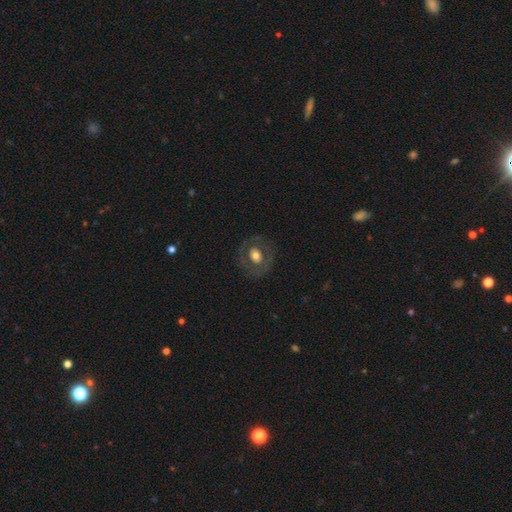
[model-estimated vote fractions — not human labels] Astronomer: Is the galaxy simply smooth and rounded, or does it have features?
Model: smooth — 47% (runner-up: featured or disk, 46%).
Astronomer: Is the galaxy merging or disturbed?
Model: none — 80%.